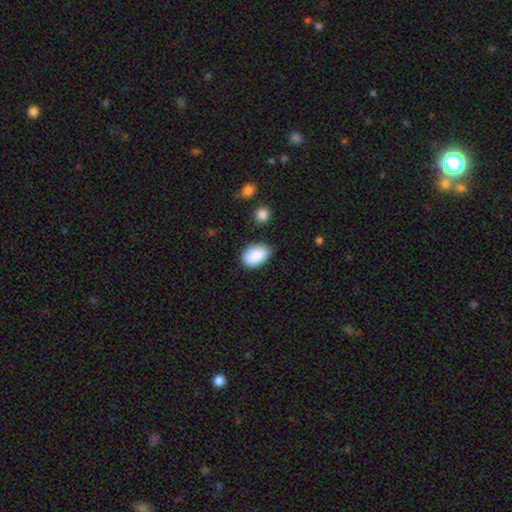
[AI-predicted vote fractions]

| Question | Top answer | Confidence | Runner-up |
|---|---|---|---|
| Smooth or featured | smooth | 89% | star or artifact (7%) |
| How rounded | in between | 89% | round (10%) |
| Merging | none | 73% | minor disturbance (21%) |